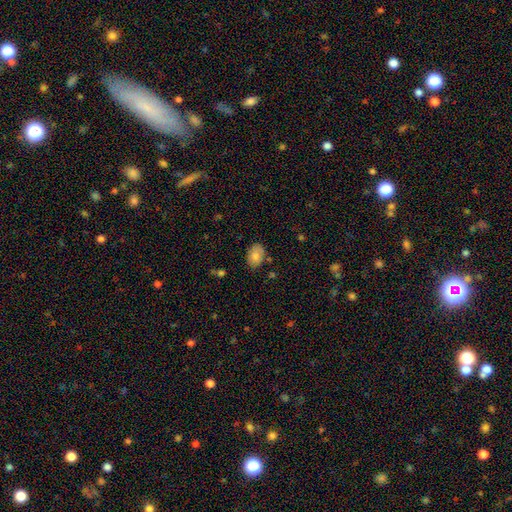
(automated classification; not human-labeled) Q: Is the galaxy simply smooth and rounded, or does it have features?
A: smooth — 79%.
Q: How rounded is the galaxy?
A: in between — 86%.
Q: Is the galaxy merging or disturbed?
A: none — 76%.